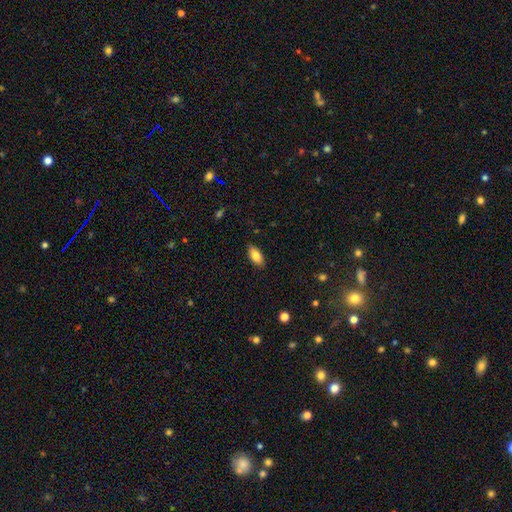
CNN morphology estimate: A smooth galaxy with no disk features (84%) that is in between round and cigar-shaped (90%).

Vote fractions:
- Smooth or featured? smooth: 84% / featured or disk: 9% / star or artifact: 7%
- How rounded? in between: 90% / cigar-shaped: 8% / round: 3%
- Merging? none: 87% / minor disturbance: 10% / major disturbance: 2% / merger: 1%